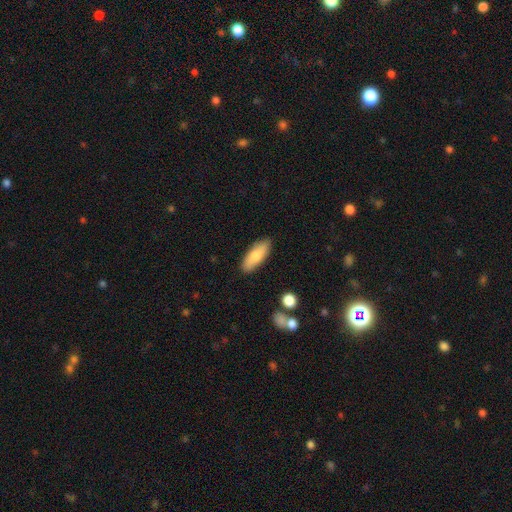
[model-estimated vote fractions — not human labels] A smooth galaxy with no disk features (79%) that is in between round and cigar-shaped (66%). Merging: none (87%).